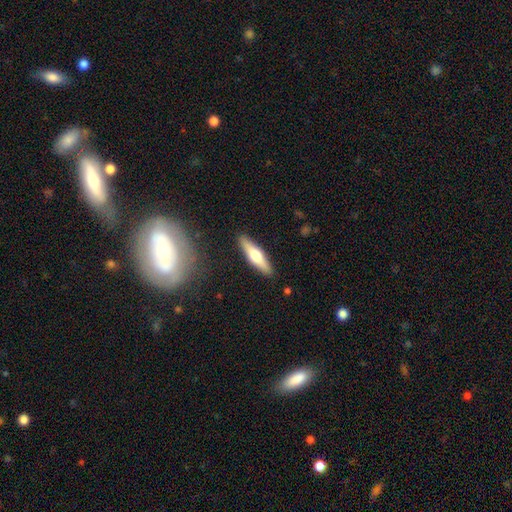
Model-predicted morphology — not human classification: The model was most divided on "smooth or featured": smooth: 51%, featured or disk: 44%, star or artifact: 5%. More confident: merging — none (90%); how rounded — cigar-shaped (74%).